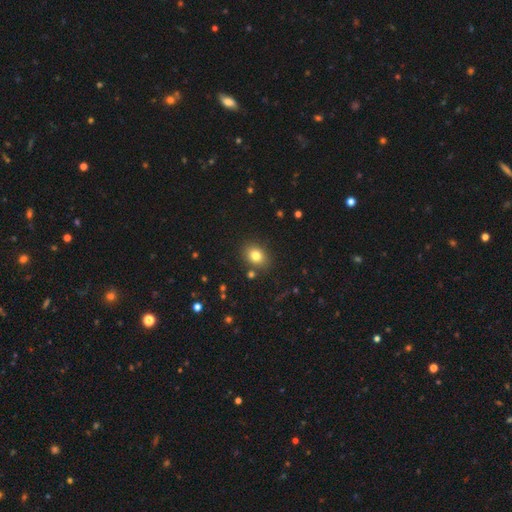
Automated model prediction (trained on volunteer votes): Smooth or featured? Predicted: smooth (p=0.79). How rounded? Predicted: in between (p=0.56). Merging? Predicted: none (p=0.84).